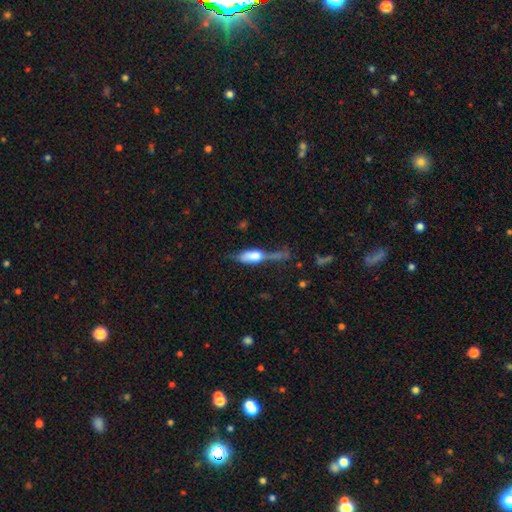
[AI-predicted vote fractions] Q: Smooth or featured?
A: smooth (53%); runner-up: featured or disk (38%)
Q: How rounded?
A: in between (57%); runner-up: cigar-shaped (38%)
Q: Merging?
A: major disturbance (33%); runner-up: none (29%)